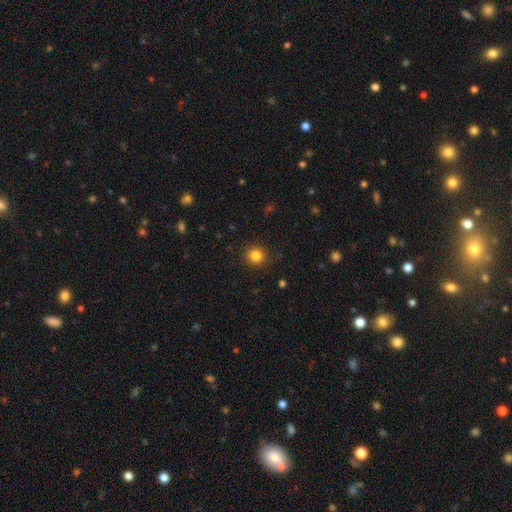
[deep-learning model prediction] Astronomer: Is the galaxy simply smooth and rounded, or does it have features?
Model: smooth — 84%.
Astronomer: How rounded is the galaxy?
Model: round — 92%.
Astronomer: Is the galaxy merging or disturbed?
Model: none — 90%.